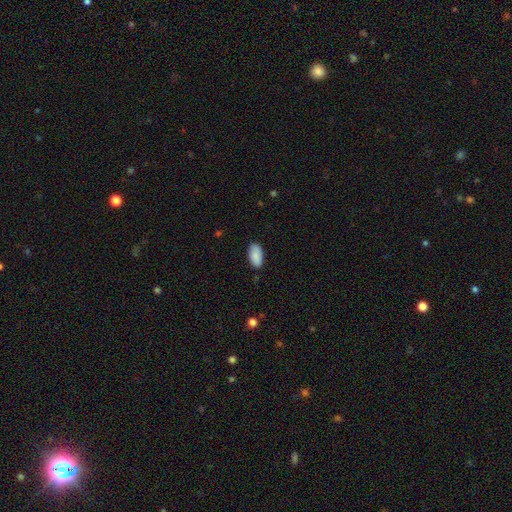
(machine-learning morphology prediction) Smooth or featured? Predicted: smooth (p=0.87). How rounded? Predicted: in between (p=0.94). Merging? Predicted: none (p=0.83).